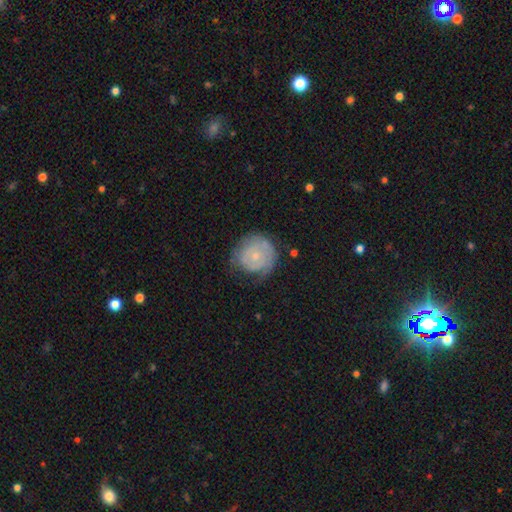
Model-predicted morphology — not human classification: Smooth or featured?
  - featured or disk: 49% *
  - smooth: 44%
  - star or artifact: 7%
Merging?
  - none: 59% *
  - minor disturbance: 27%
  - major disturbance: 13%
  - merger: 2%